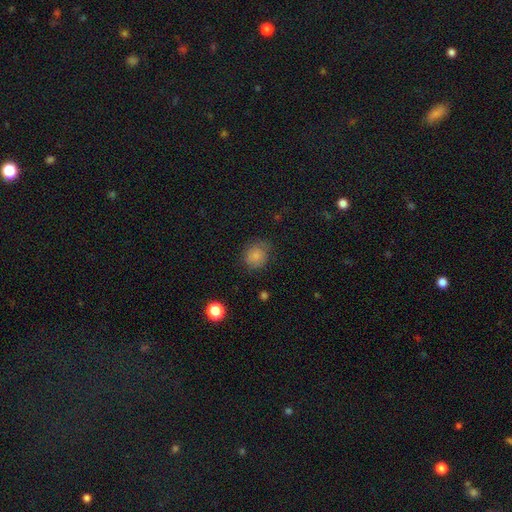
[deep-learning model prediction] Smooth or featured? smooth (82%)
How rounded? round (77%)
Merging? none (72%)